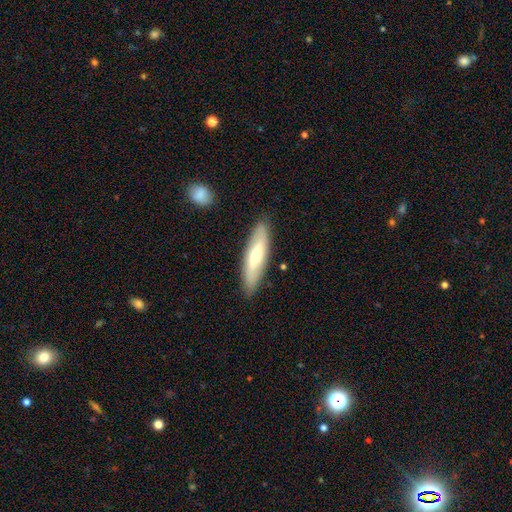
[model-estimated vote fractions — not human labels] A smooth galaxy with no disk features (57%) that is cigar-shaped (67%). Merging: none (86%).